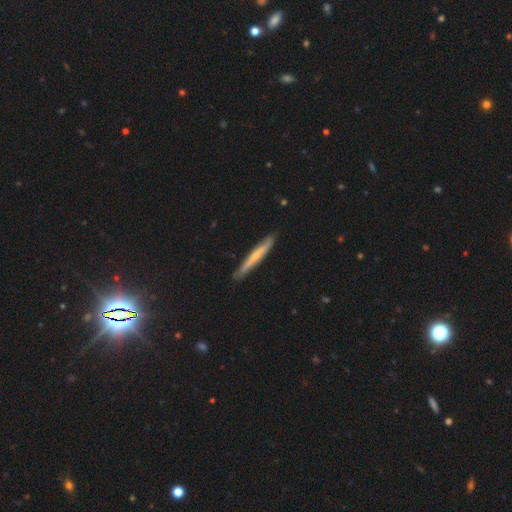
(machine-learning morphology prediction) Smooth or featured? featured or disk (48%)
Merging? none (85%)